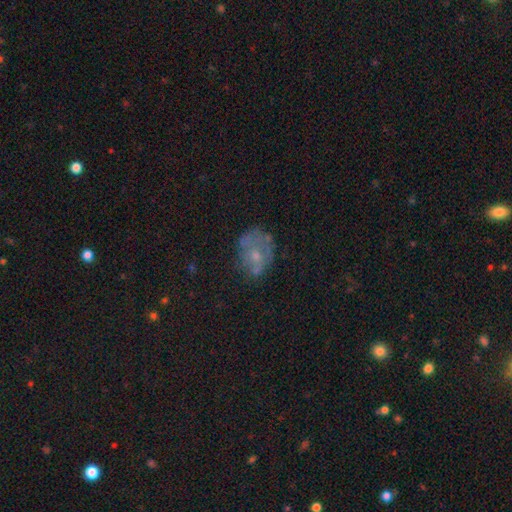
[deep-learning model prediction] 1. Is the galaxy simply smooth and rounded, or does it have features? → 44% featured or disk, 43% smooth, 14% star or artifact.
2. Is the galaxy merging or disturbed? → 48% none, 26% minor disturbance, 20% major disturbance, 5% merger.